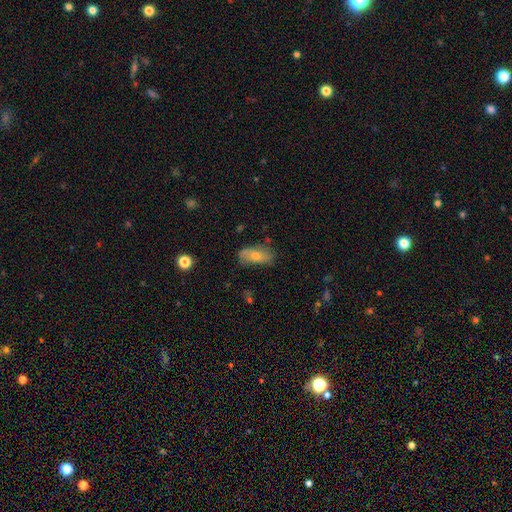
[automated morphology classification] Overall: smooth (59%; featured or disk 32%). How rounded: in between (85%). Merging: none (63%; minor disturbance 27%).